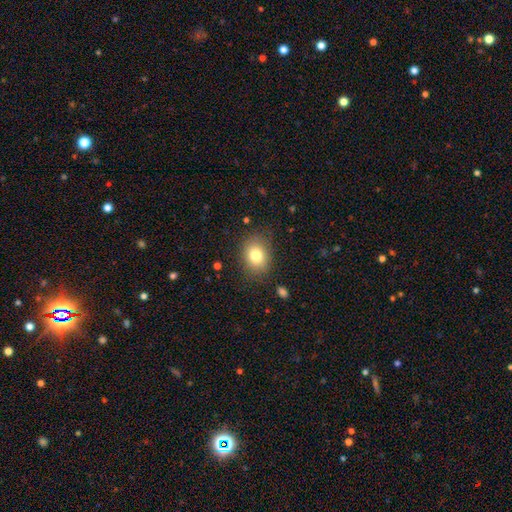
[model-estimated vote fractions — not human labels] smooth-or-featured: smooth: 80% | featured or disk: 10% | star or artifact: 10%
  how-rounded: in between: 56% | round: 43% | cigar-shaped: 1%
  merging: none: 80% | minor disturbance: 14% | major disturbance: 4% | merger: 1%